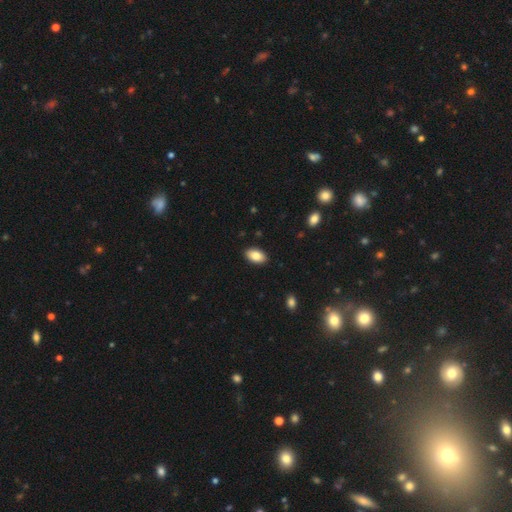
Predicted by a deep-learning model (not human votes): This appears to be a smooth galaxy with no disk features (85%) that is in between round and cigar-shaped (93%). Merging: none (89%).